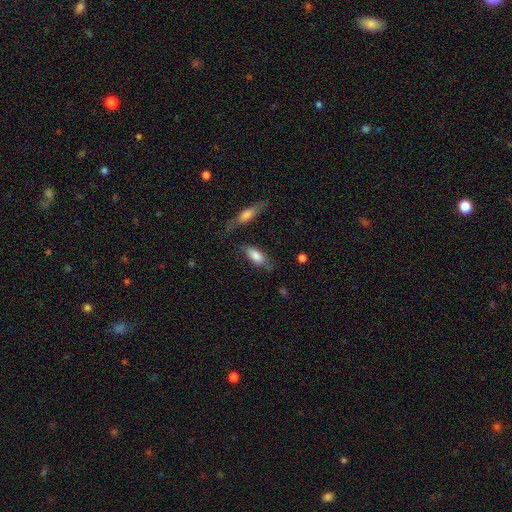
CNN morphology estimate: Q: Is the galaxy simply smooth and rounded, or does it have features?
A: smooth — 78%.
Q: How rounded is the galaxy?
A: in between — 81%.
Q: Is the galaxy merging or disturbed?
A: none — 61%.